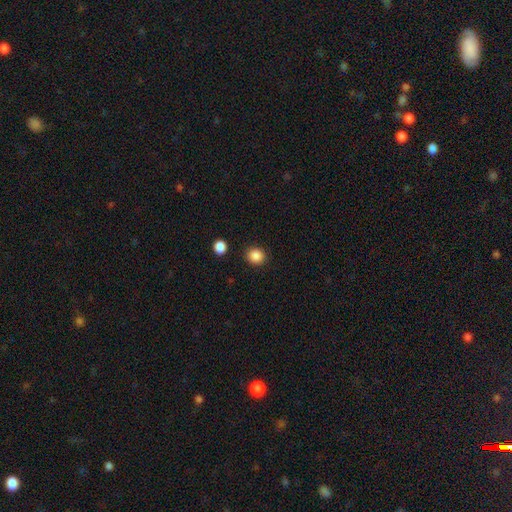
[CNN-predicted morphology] smooth-or-featured: smooth: 87% | star or artifact: 10% | featured or disk: 3%
  how-rounded: round: 80% | in between: 19% | cigar-shaped: 1%
  merging: none: 89% | minor disturbance: 6% | merger: 2% | major disturbance: 2%